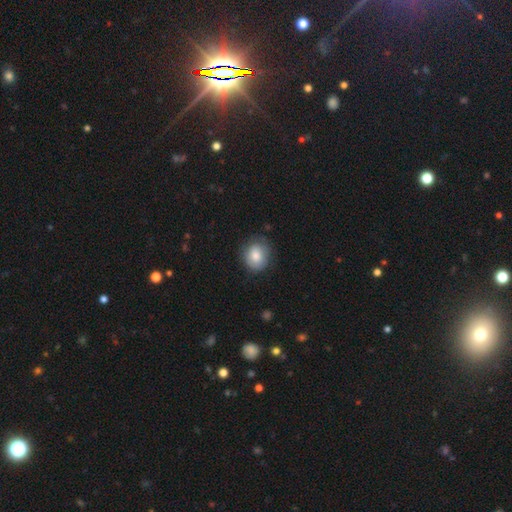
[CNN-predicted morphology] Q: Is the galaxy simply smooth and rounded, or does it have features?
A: smooth — 80%.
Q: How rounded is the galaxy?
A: round — 65%.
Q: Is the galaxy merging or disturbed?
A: none — 73%.